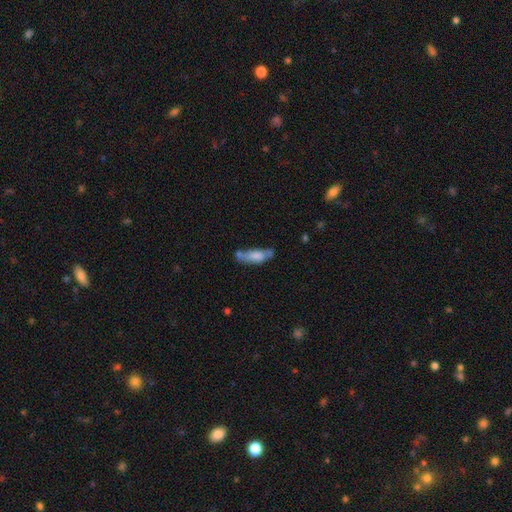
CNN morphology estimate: A smooth galaxy with no disk features (69%) that is in between round and cigar-shaped (54%). Merging: none (48%).